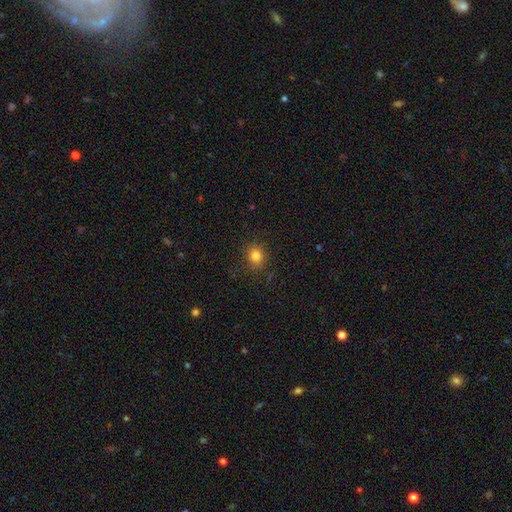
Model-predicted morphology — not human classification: The model was most divided on "how rounded": round: 65%, in between: 34%, cigar-shaped: 1%. More confident: merging — none (86%); smooth or featured — smooth (83%).